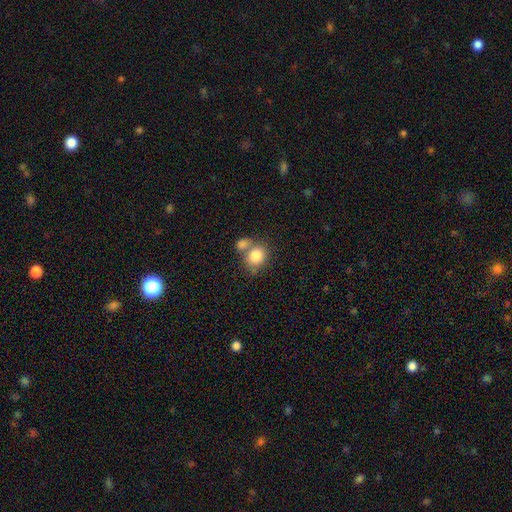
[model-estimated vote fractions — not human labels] Smooth or featured?
  - smooth: 82% *
  - featured or disk: 10%
  - star or artifact: 9%
How rounded?
  - round: 66% *
  - in between: 33%
  - cigar-shaped: 1%
Merging?
  - merger: 43% *
  - none: 42%
  - minor disturbance: 11%
  - major disturbance: 5%